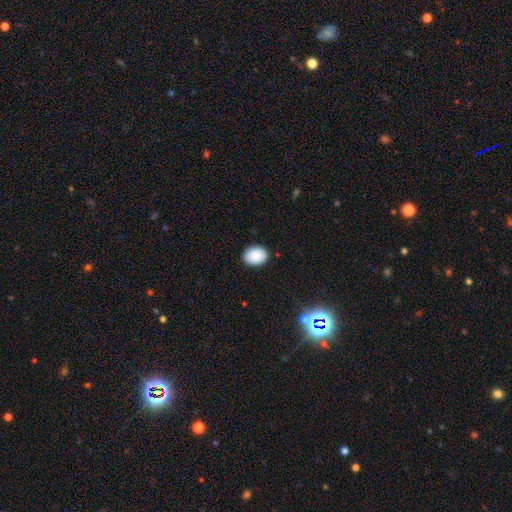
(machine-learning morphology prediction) Smooth or featured: smooth — 88% (star or artifact — 8%)
How rounded: in between — 64% (round — 35%)
Merging: none — 89% (minor disturbance — 8%)